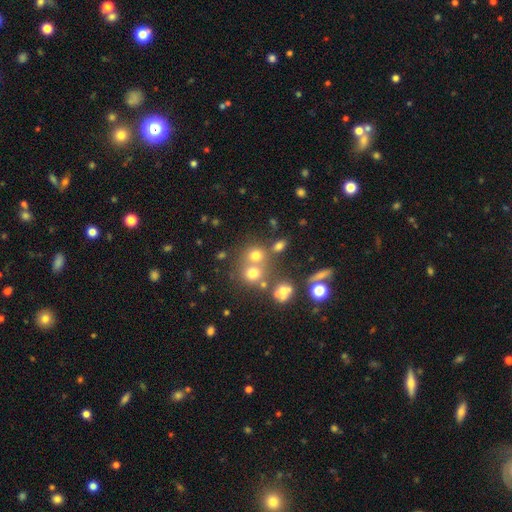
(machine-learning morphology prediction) Smooth or featured? Predicted: smooth (p=0.68). How rounded? Predicted: round (p=0.79). Merging? Predicted: none (p=0.49).